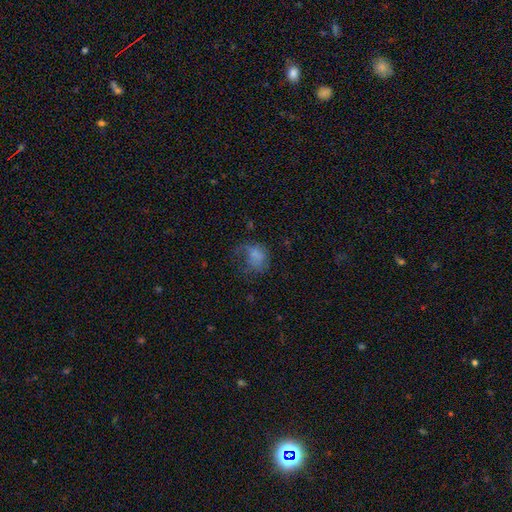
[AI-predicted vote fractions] Morphology: type=smooth (61%); roundness=in between (50%); merging=major disturbance (44%).